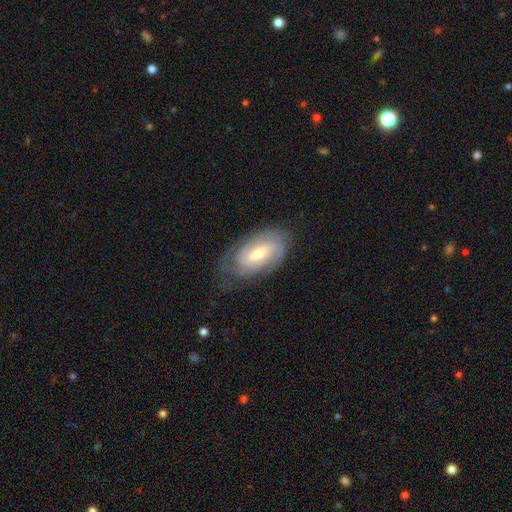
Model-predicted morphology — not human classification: A featured or disk galaxy (75%) with a weak bar (48%), 2 (45%) tight (62%) spiral arms (89%) and a moderate central bulge (58%). Merging: none (69%).